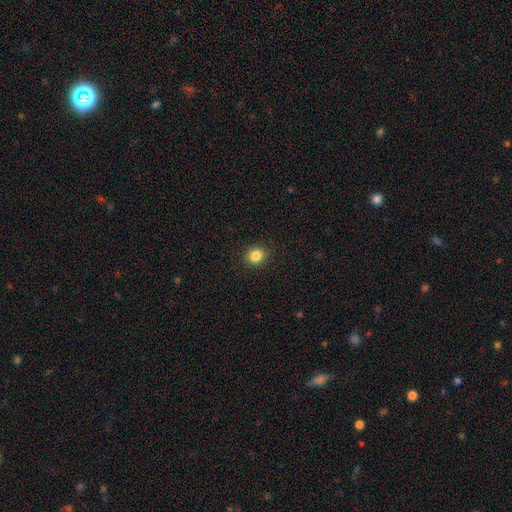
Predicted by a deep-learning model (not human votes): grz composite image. It shows a smooth galaxy with no disk features (85%) that is round (78%). Merging: none (91%).